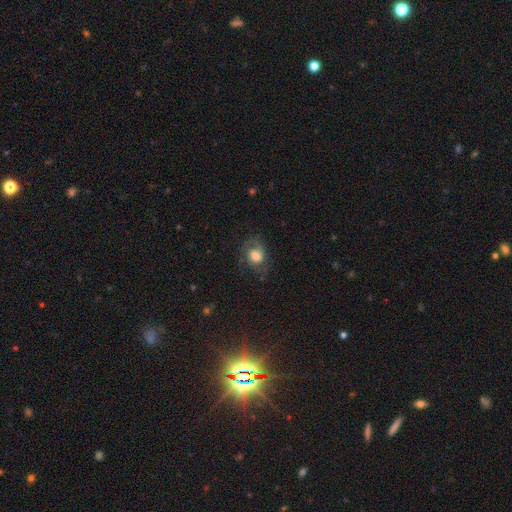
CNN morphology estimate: A smooth galaxy with no disk features (54%) that is in between round and cigar-shaped (53%).

Vote fractions:
- Smooth or featured? smooth: 54% / featured or disk: 35% / star or artifact: 10%
- How rounded? in between: 53% / round: 46% / cigar-shaped: 1%
- Merging? none: 56% / minor disturbance: 24% / major disturbance: 18% / merger: 1%